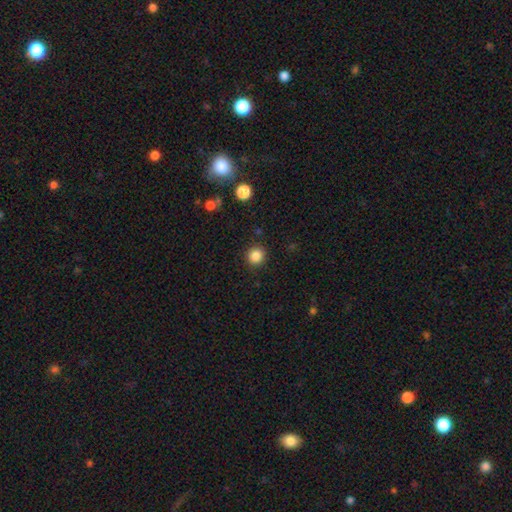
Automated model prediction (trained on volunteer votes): A smooth galaxy with no disk features (85%) that is round (92%). Merging: none (91%).